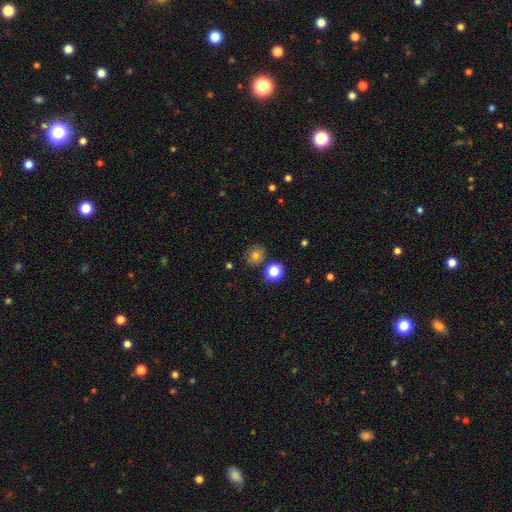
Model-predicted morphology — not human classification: type=smooth (77%); roundness=round (76%); merging=none (79%).